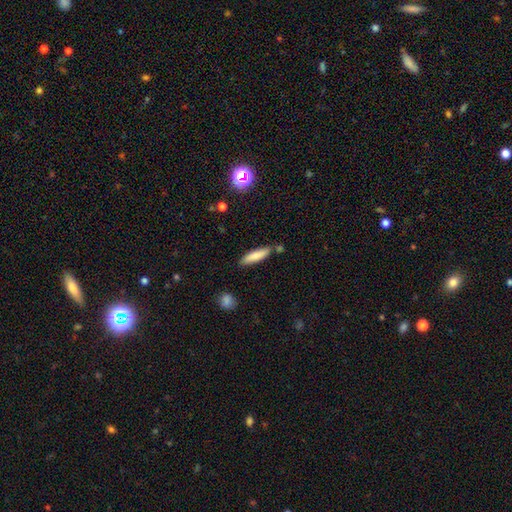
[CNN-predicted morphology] The model was most divided on "how rounded": cigar-shaped: 72%, in between: 26%, round: 2%. More confident: smooth or featured — smooth (80%); merging — none (79%).